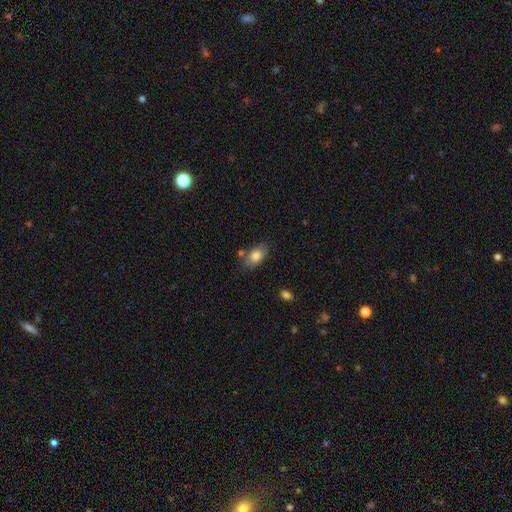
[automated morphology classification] The model was most divided on "merging": none: 70%, minor disturbance: 18%, merger: 8%, major disturbance: 4%. More confident: how rounded — in between (90%); smooth or featured — smooth (81%).